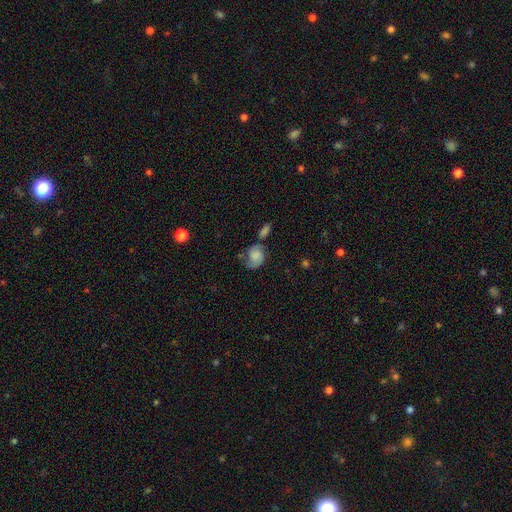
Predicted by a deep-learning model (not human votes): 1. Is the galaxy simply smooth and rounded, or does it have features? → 52% featured or disk, 38% smooth, 9% star or artifact.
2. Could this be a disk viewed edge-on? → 97% no, 3% yes.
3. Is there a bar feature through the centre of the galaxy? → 69% no, 27% weak, 5% strong.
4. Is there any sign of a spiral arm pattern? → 89% yes, 11% no.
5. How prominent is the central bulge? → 33% none, 23% moderate, 20% small, 20% large, 4% dominant.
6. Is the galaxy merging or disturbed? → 46% none, 23% minor disturbance, 18% merger, 14% major disturbance.